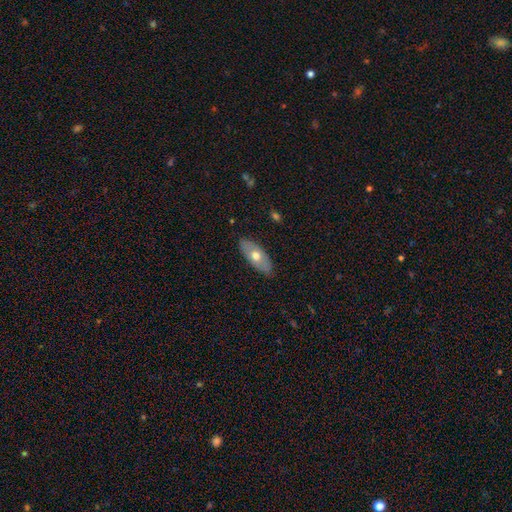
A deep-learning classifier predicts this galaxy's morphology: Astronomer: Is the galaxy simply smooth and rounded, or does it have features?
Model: smooth — 56% (runner-up: featured or disk, 38%).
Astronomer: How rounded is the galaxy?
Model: in between — 85%.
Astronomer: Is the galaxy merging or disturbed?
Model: none — 86%.